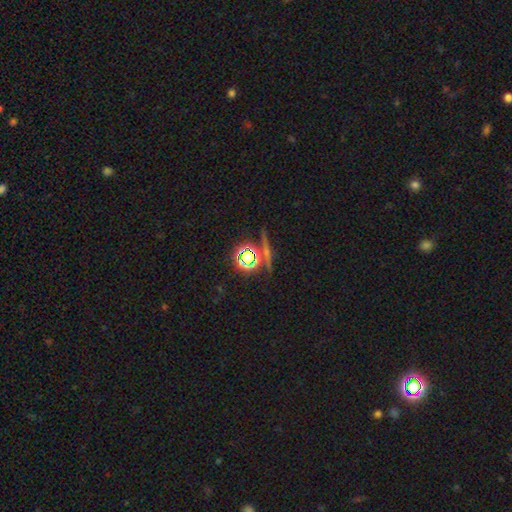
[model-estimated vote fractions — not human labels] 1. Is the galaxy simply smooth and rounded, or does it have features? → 72% star or artifact, 18% smooth, 10% featured or disk.